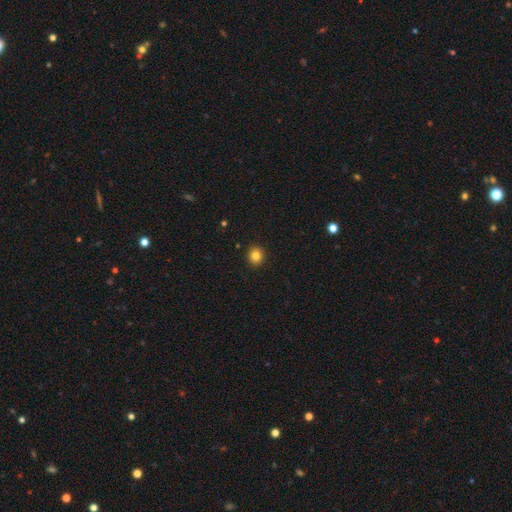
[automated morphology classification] A smooth galaxy with no disk features (83%) that is round (83%).

Vote fractions:
- Smooth or featured? smooth: 83% / star or artifact: 11% / featured or disk: 6%
- How rounded? round: 83% / in between: 16% / cigar-shaped: 1%
- Merging? none: 92% / minor disturbance: 5% / major disturbance: 2% / merger: 1%